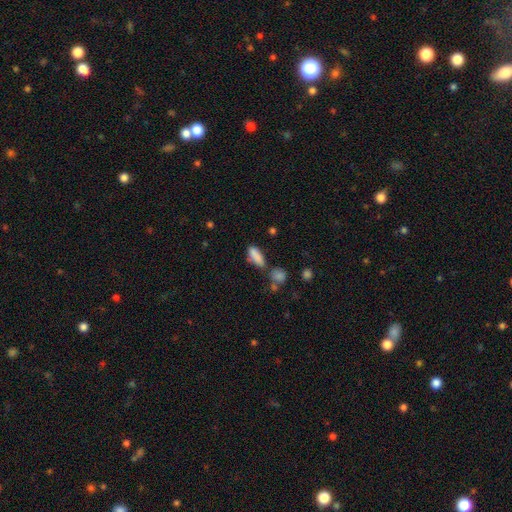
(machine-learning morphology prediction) smooth 84%, star or artifact 9%, featured or disk 8%. Down the decision tree: how rounded — in between (62%); merging — none (57%).